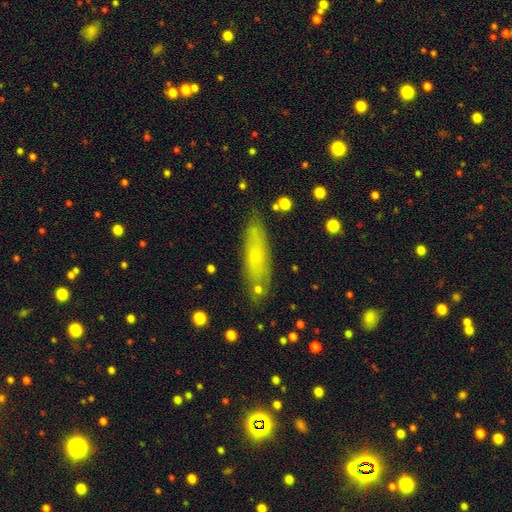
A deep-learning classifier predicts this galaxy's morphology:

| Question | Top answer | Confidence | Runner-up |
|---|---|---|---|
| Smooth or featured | smooth | 59% | featured or disk (33%) |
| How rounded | cigar-shaped | 67% | in between (31%) |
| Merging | none | 79% | minor disturbance (15%) |